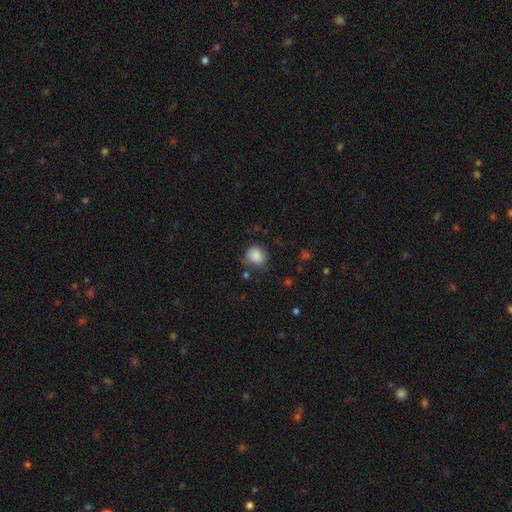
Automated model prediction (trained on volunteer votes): Smooth or featured: smooth — 86% (star or artifact — 9%)
How rounded: round — 68% (in between — 31%)
Merging: none — 62% (minor disturbance — 26%)